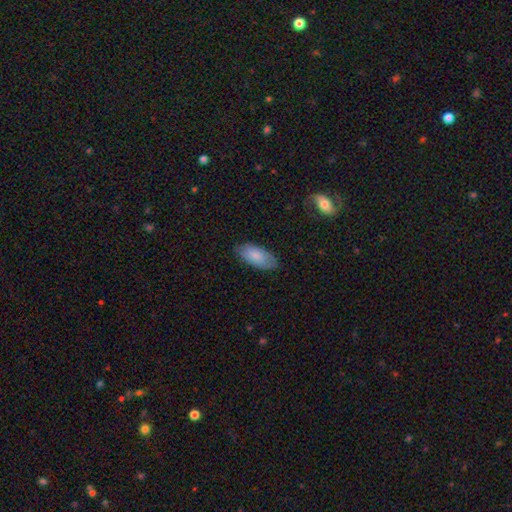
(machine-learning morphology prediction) Smooth or featured? smooth (81%)
How rounded? in between (91%)
Merging? none (79%)